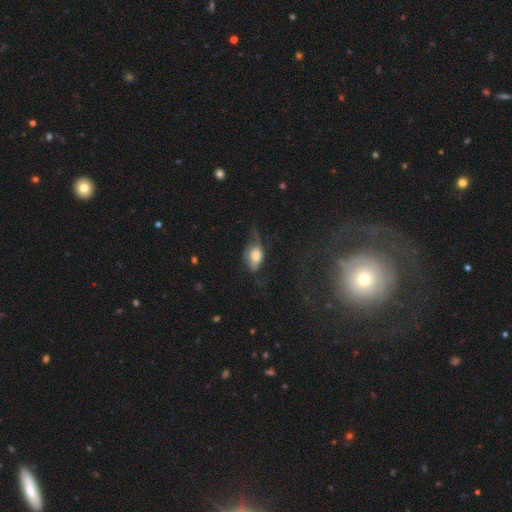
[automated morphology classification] Smooth or featured? smooth (62%)
How rounded? in between (86%)
Merging? major disturbance (34%, tied with minor disturbance)